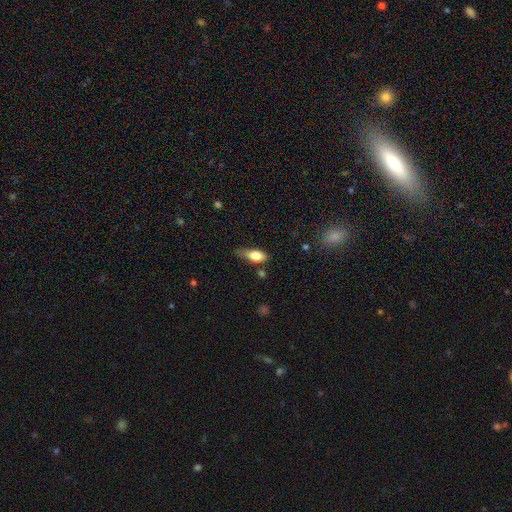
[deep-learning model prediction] This appears to be a smooth galaxy with no disk features (71%) that is in between round and cigar-shaped (76%). Merging: none (47%).